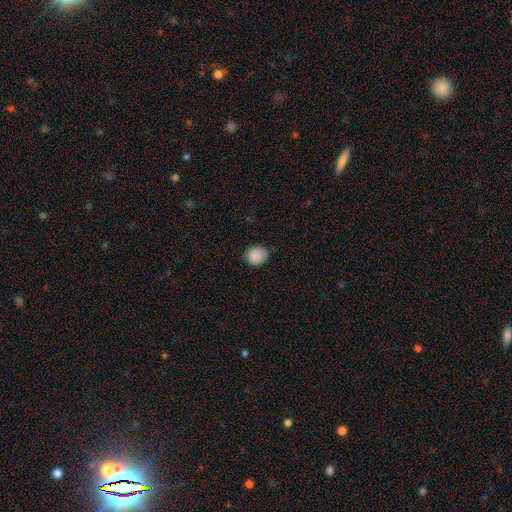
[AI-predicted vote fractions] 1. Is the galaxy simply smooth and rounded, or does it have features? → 88% smooth, 8% star or artifact, 3% featured or disk.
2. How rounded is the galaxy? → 87% round, 13% in between, 1% cigar-shaped.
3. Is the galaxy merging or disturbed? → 81% none, 15% minor disturbance, 3% major disturbance, 1% merger.